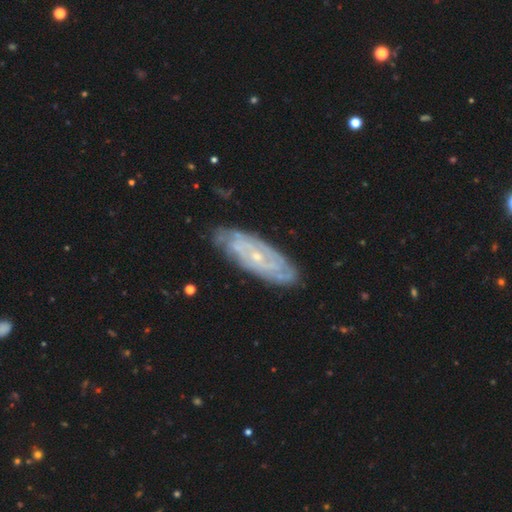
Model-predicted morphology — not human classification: A featured or disk galaxy (82%) with no bar (67%), tight (75%) spiral arms (95%) and a small central bulge (81%).

Vote fractions:
- Smooth or featured? featured or disk: 82% / smooth: 11% / star or artifact: 7%
- Edge-on disk? no: 88% / yes: 12%
- Bar? no: 67% / weak: 25% / strong: 7%
- Spiral arms? yes: 95% / no: 5%
- Spiral winding? tight: 75% / medium: 20% / loose: 5%
- Spiral arm count? can't tell: 41% / 2: 20% / 3: 13% / 4: 13% / more than 4: 8% / 1: 6%
- Bulge size? small: 81% / moderate: 15% / none: 2% / large: 1% / dominant: 1%
- Merging? none: 83% / minor disturbance: 14% / major disturbance: 3% / merger: 1%